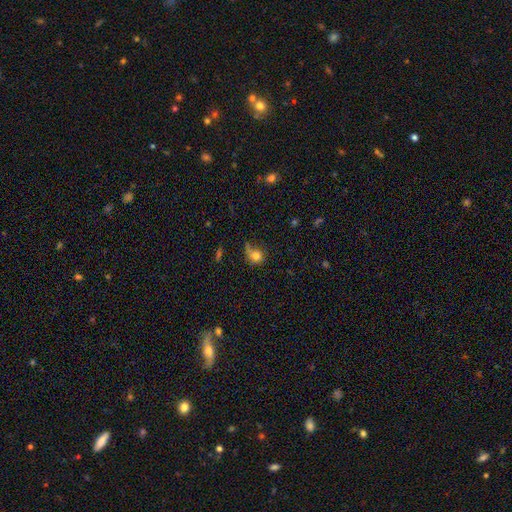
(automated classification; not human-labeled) smooth-or-featured: smooth: 77% | star or artifact: 12% | featured or disk: 11%
  how-rounded: round: 80% | in between: 18% | cigar-shaped: 2%
  merging: none: 48% | minor disturbance: 25% | major disturbance: 19% | merger: 8%